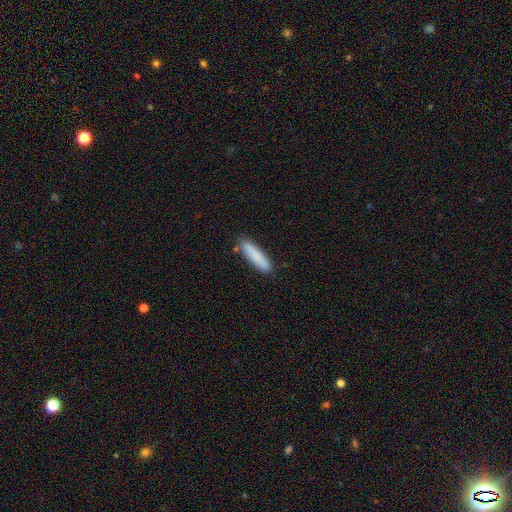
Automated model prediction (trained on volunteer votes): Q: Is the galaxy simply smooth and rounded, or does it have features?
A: smooth — 85%.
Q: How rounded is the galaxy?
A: cigar-shaped — 79%.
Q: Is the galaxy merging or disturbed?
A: none — 85%.